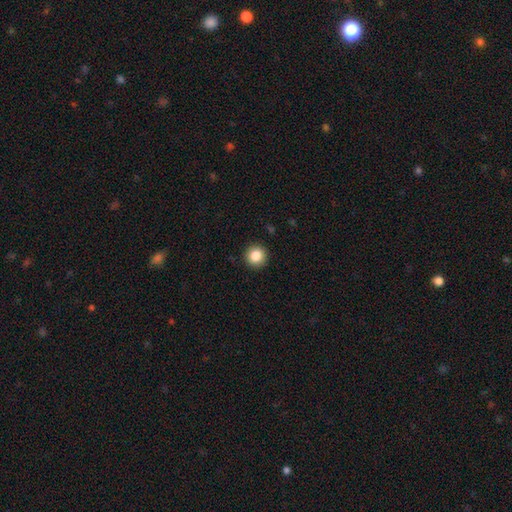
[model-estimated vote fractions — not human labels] The model was most divided on "smooth or featured": smooth: 85%, star or artifact: 10%, featured or disk: 5%. More confident: how rounded — round (95%); merging — none (92%).